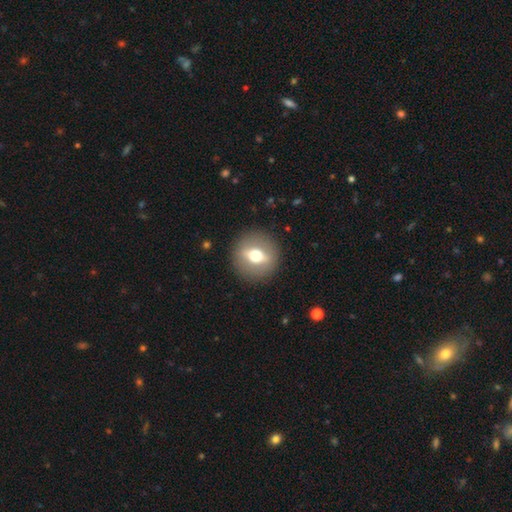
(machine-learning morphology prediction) A smooth galaxy with no disk features (48%). Merging: none (90%).